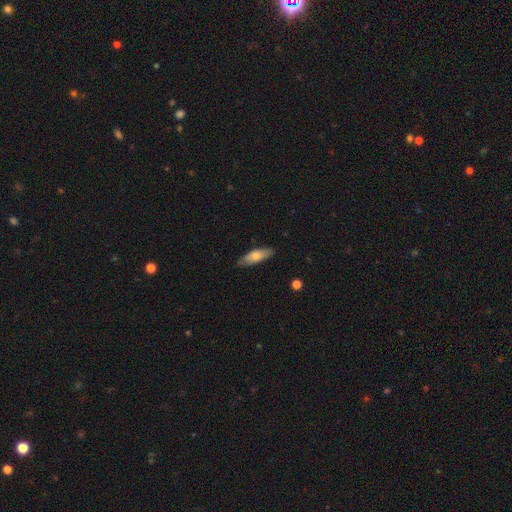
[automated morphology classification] Smooth or featured?
  - smooth: 66% *
  - featured or disk: 28%
  - star or artifact: 6%
How rounded?
  - in between: 60% *
  - cigar-shaped: 38%
  - round: 2%
Merging?
  - none: 81% *
  - minor disturbance: 16%
  - major disturbance: 2%
  - merger: 1%